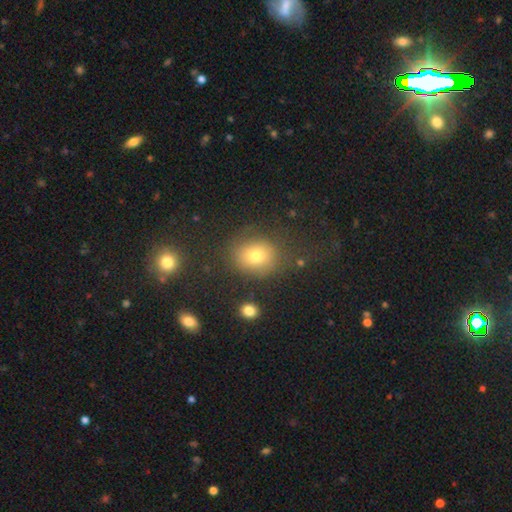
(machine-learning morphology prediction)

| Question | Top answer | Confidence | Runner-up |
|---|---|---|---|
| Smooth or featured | smooth | 75% | star or artifact (14%) |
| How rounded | round | 66% | in between (33%) |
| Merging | none | 74% | minor disturbance (14%) |